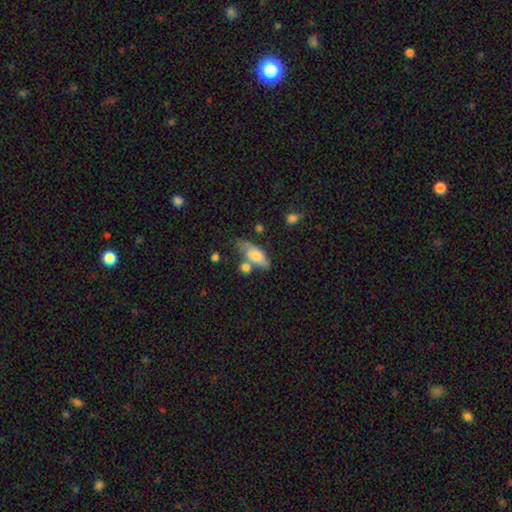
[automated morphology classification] Smooth or featured: smooth — 60% (featured or disk — 32%)
How rounded: in between — 73% (cigar-shaped — 22%)
Merging: none — 43% (merger — 24%)